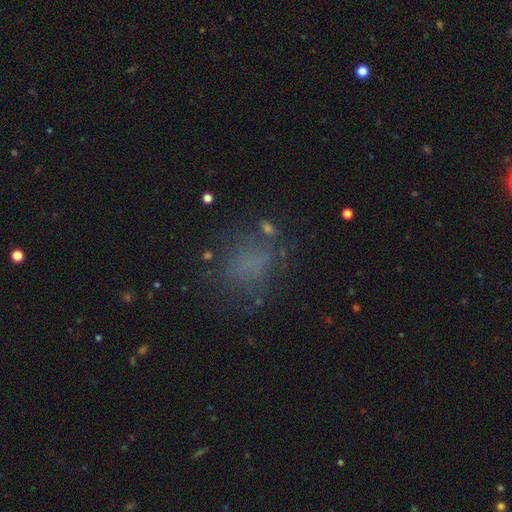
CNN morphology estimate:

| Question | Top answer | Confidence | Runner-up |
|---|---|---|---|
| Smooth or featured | smooth | 54% | star or artifact (25%) |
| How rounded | in between | 51% | round (46%) |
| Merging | none | 60% | minor disturbance (18%) |